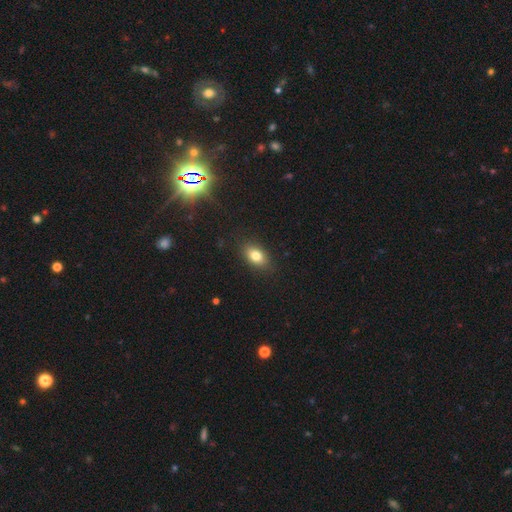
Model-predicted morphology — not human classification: Overall: smooth (80%). How rounded: in between (84%). Merging: none (86%).